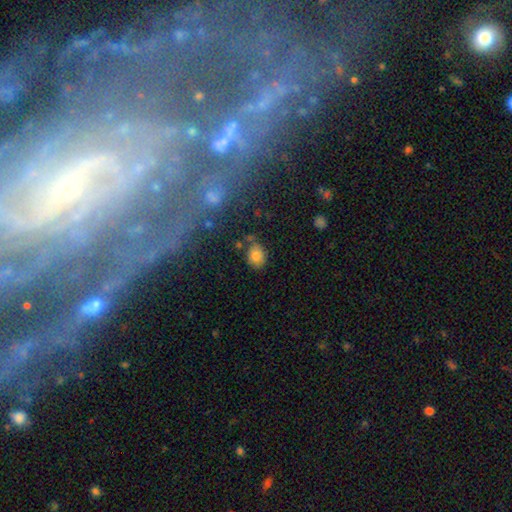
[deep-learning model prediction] A smooth galaxy with no disk features (79%) that is in between round and cigar-shaped (53%).

Vote fractions:
- Smooth or featured? smooth: 79% / star or artifact: 11% / featured or disk: 10%
- How rounded? in between: 53% / round: 46% / cigar-shaped: 1%
- Merging? none: 68% / minor disturbance: 20% / merger: 6% / major disturbance: 5%